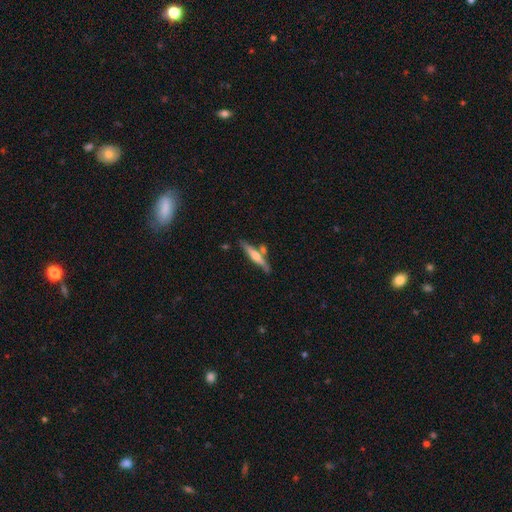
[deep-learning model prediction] This is possibly a featured or disk galaxy (57%). It is clearly viewed edge-on (95%). Edge-on bulge: clearly rounded (84%). Merging: likely none (74%).